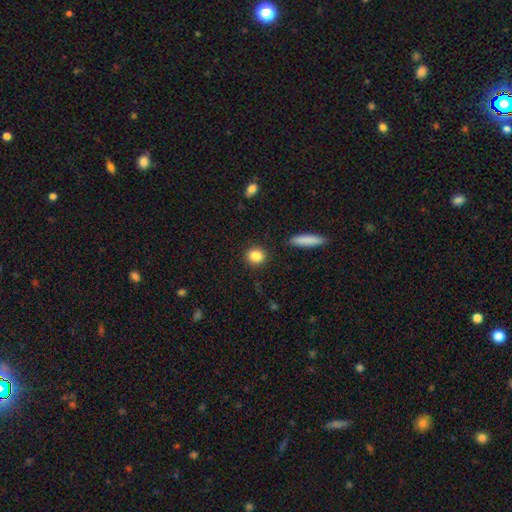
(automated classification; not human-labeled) The model was most divided on "how rounded": round: 82%, in between: 16%, cigar-shaped: 2%. More confident: merging — none (90%); smooth or featured — smooth (86%).